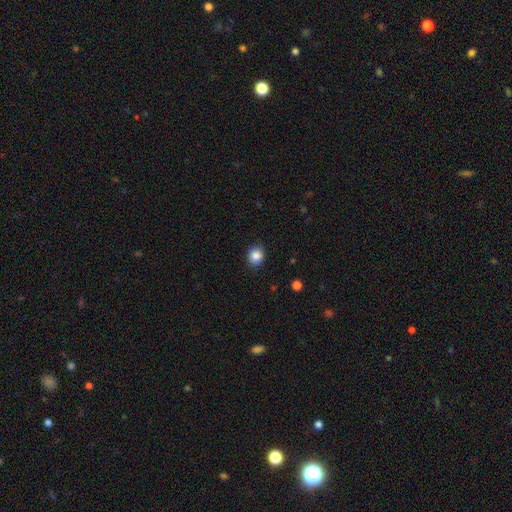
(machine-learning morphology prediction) smooth 87%, star or artifact 9%, featured or disk 4%. Down the decision tree: how rounded — round (73%); merging — none (87%).